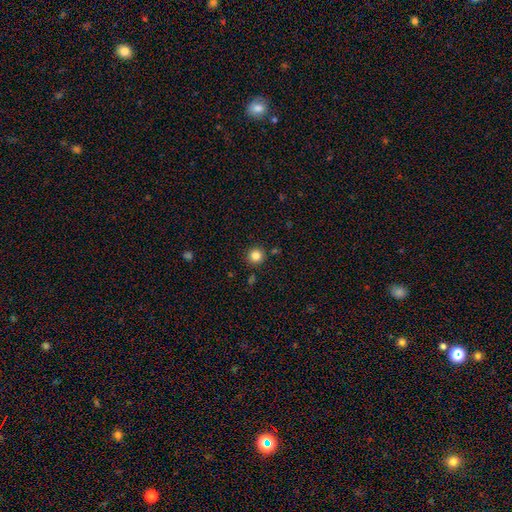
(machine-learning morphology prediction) This is clearly a smooth galaxy (84%). How rounded: clearly round (95%). Merging: clearly none (90%).